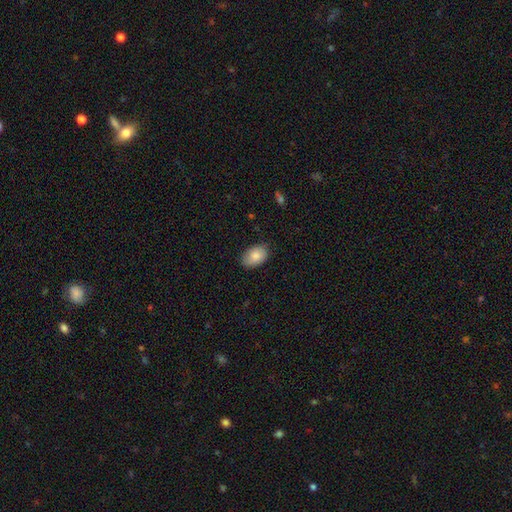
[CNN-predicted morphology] A smooth galaxy with no disk features (84%) that is in between round and cigar-shaped (89%). Merging: none (79%).